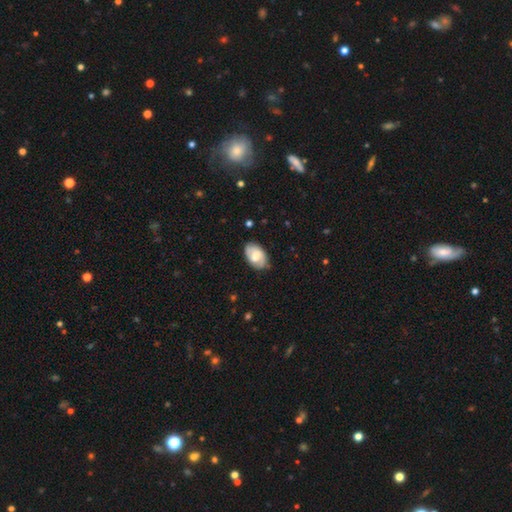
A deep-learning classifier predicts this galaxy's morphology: Q: Smooth or featured?
A: smooth (49%); runner-up: featured or disk (44%)
Q: Merging?
A: none (78%); runner-up: minor disturbance (17%)